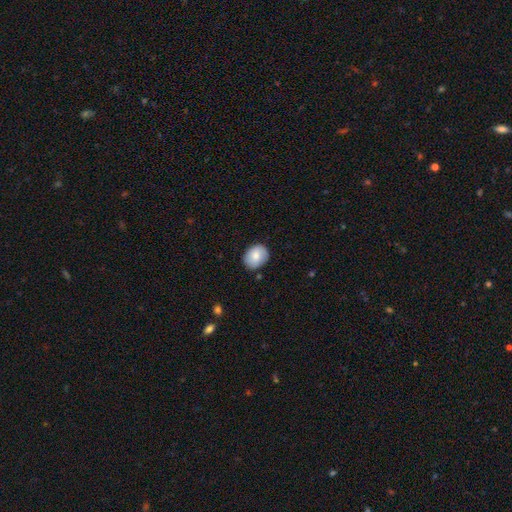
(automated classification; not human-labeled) smooth-or-featured: smooth: 82% | featured or disk: 11% | star or artifact: 7%
  how-rounded: in between: 55% | round: 44% | cigar-shaped: 1%
  merging: none: 82% | minor disturbance: 14% | major disturbance: 2% | merger: 2%